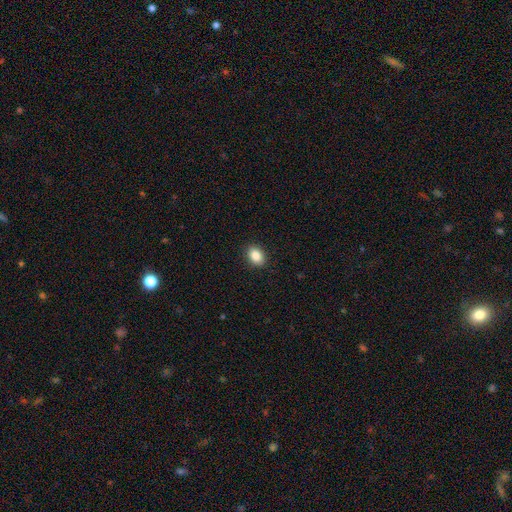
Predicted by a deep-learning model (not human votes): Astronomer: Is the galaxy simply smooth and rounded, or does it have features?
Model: smooth — 86%.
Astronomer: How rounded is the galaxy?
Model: in between — 74%.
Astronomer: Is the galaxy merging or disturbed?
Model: none — 90%.